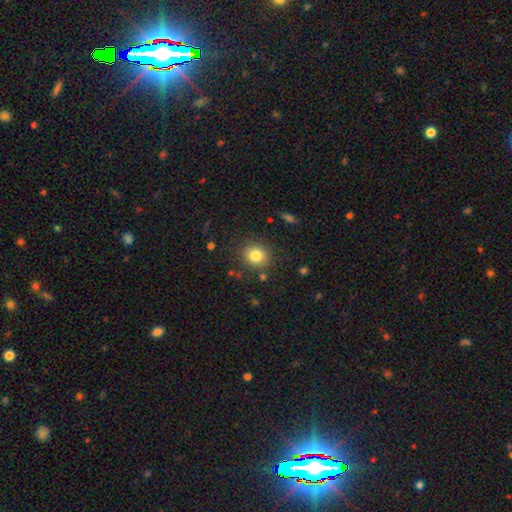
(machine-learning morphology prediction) The model was most divided on "how rounded": round: 81%, in between: 18%, cigar-shaped: 1%. More confident: merging — none (86%); smooth or featured — smooth (82%).